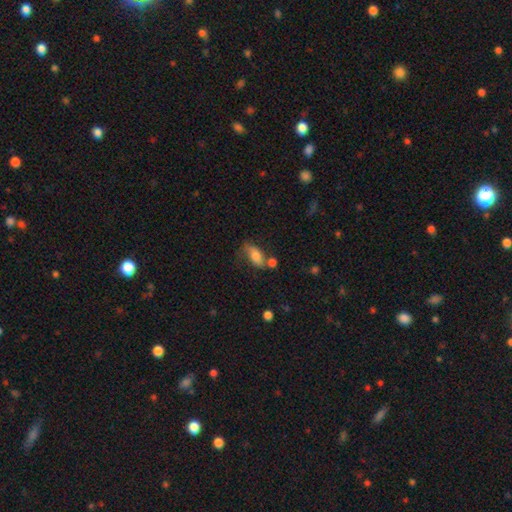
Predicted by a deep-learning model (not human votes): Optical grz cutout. It shows a smooth galaxy with no disk features (69%) that is in between round and cigar-shaped (86%). Merging: none (42%).